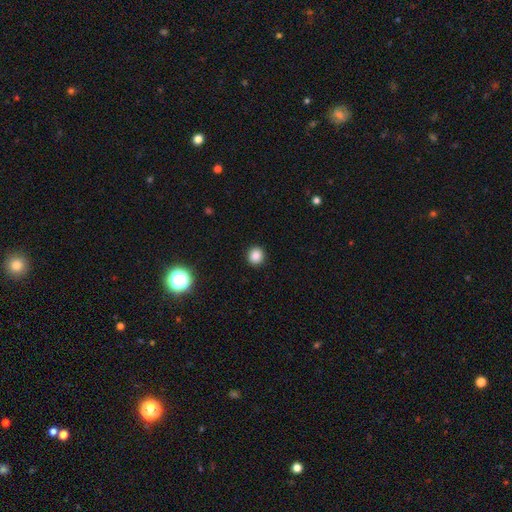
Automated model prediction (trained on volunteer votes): smooth 85%, star or artifact 12%, featured or disk 3%. Down the decision tree: how rounded — round (90%); merging — none (92%).